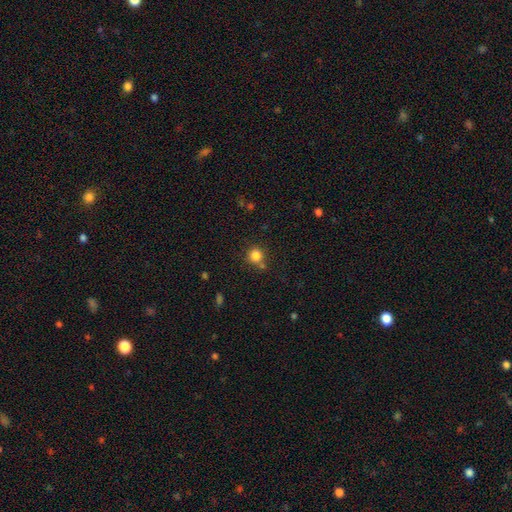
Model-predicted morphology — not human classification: Overall: smooth (83%). How rounded: round (90%). Merging: none (69%).